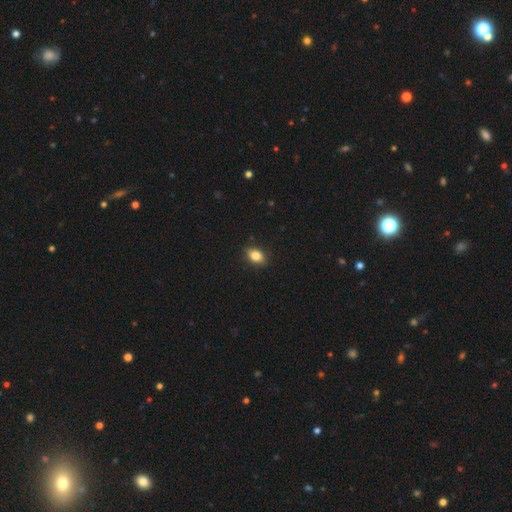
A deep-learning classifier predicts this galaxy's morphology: This is clearly a smooth galaxy (84%). How rounded: clearly in between (80%). Merging: clearly none (88%).